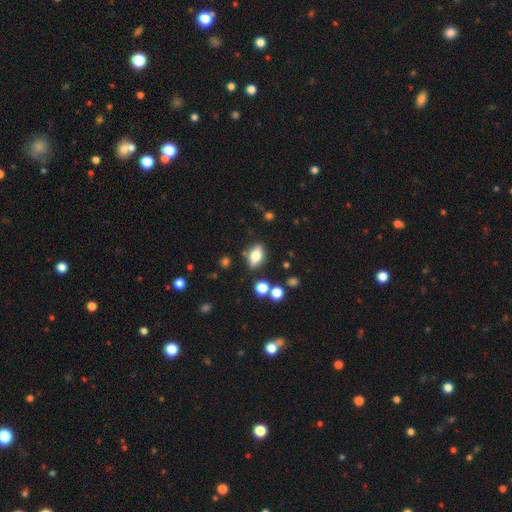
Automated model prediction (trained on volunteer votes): A smooth galaxy with no disk features (62%) that is in between round and cigar-shaped (79%).

Vote fractions:
- Smooth or featured? smooth: 62% / featured or disk: 27% / star or artifact: 10%
- How rounded? in between: 79% / cigar-shaped: 11% / round: 10%
- Merging? none: 79% / minor disturbance: 13% / merger: 5% / major disturbance: 4%